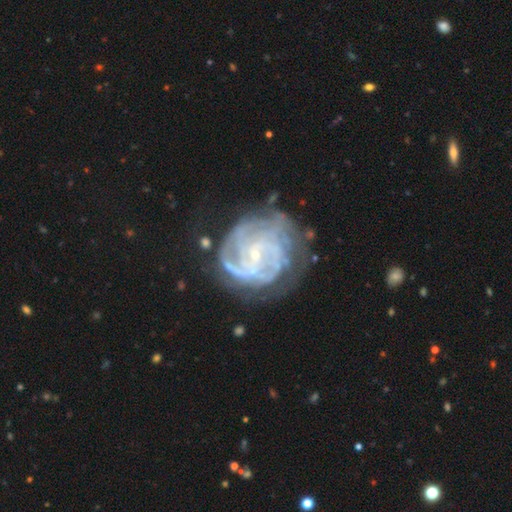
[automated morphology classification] Q: Smooth or featured?
A: featured or disk (87%); runner-up: smooth (7%)
Q: Edge-on disk?
A: no (98%); runner-up: yes (2%)
Q: Bar?
A: no (57%); runner-up: weak (34%)
Q: Spiral arms?
A: yes (94%); runner-up: no (6%)
Q: Spiral winding?
A: tight (63%); runner-up: medium (30%)
Q: Spiral arm count?
A: can't tell (30%); runner-up: 3 (21%)
Q: Bulge size?
A: small (83%); runner-up: moderate (10%)
Q: Merging?
A: none (62%); runner-up: minor disturbance (21%)